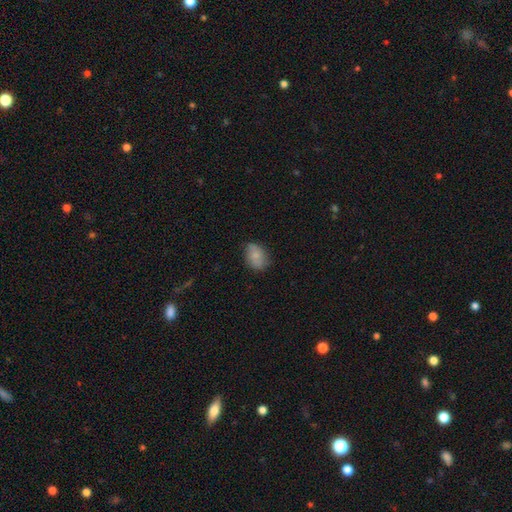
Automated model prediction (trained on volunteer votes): Overall: smooth (75%). How rounded: in between (74%). Merging: none (66%; minor disturbance 27%).